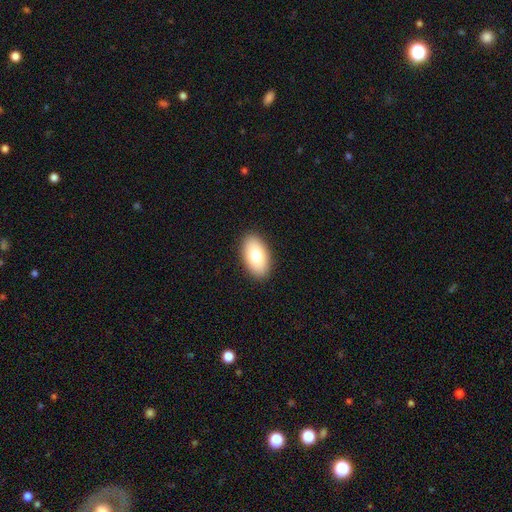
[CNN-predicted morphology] smooth_or_featured: smooth (p=0.76) [alt: featured or disk p=0.16]
how_rounded: in between (p=0.94) [alt: round p=0.04]
merging: none (p=0.90) [alt: minor disturbance p=0.07]